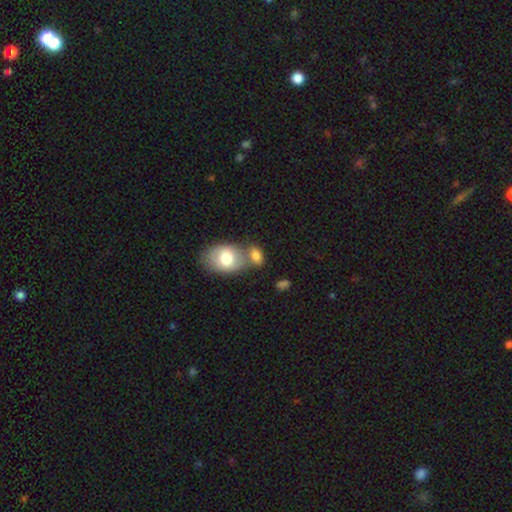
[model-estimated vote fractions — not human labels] Smooth or featured?
  - smooth: 77% *
  - featured or disk: 15%
  - star or artifact: 8%
How rounded?
  - in between: 81% *
  - round: 16%
  - cigar-shaped: 3%
Merging?
  - merger: 42% *
  - none: 40%
  - minor disturbance: 13%
  - major disturbance: 5%